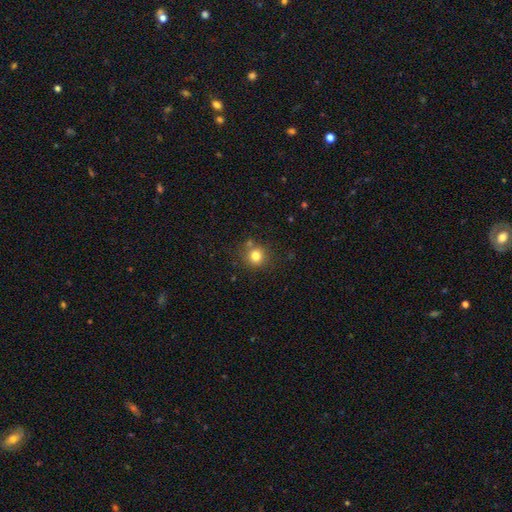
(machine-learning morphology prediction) A smooth galaxy with no disk features (80%) that is round (88%).

Vote fractions:
- Smooth or featured? smooth: 80% / star or artifact: 13% / featured or disk: 7%
- How rounded? round: 88% / in between: 11% / cigar-shaped: 1%
- Merging? none: 77% / minor disturbance: 11% / merger: 9% / major disturbance: 3%